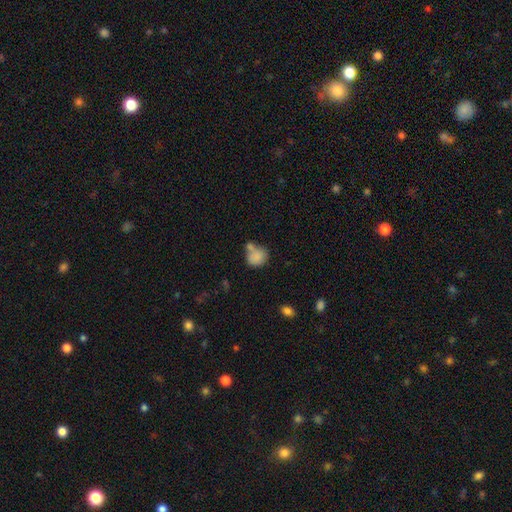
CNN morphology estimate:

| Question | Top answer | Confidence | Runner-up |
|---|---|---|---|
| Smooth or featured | smooth | 82% | featured or disk (9%) |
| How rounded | round | 66% | in between (33%) |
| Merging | none | 39% | merger (38%) |